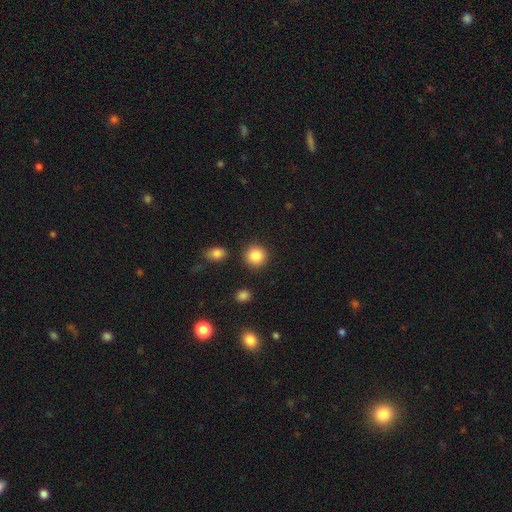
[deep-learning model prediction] smooth_or_featured: smooth (p=0.87) [alt: star or artifact p=0.09]
how_rounded: round (p=0.92) [alt: in between p=0.07]
merging: none (p=0.88) [alt: minor disturbance p=0.06]